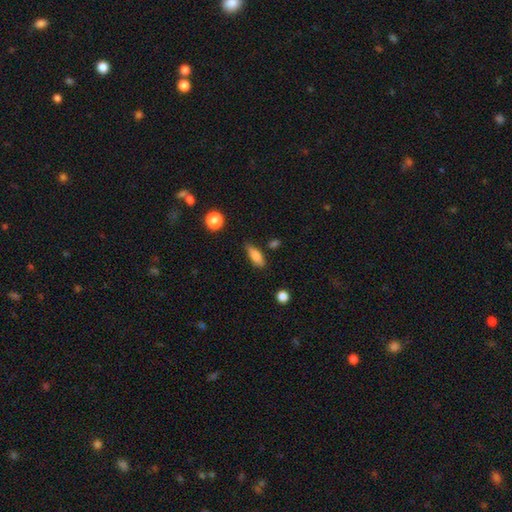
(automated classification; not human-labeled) Q: Smooth or featured?
A: smooth (79%); runner-up: featured or disk (13%)
Q: How rounded?
A: in between (66%); runner-up: cigar-shaped (30%)
Q: Merging?
A: none (72%); runner-up: minor disturbance (20%)